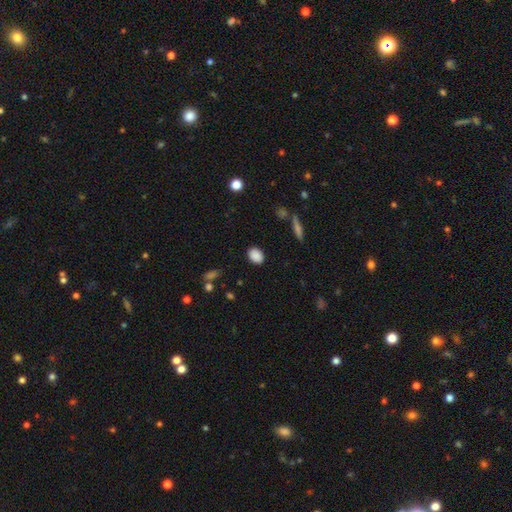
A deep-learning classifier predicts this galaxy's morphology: Smooth or featured: smooth — 88% (star or artifact — 8%)
How rounded: in between — 66% (round — 32%)
Merging: none — 88% (minor disturbance — 8%)